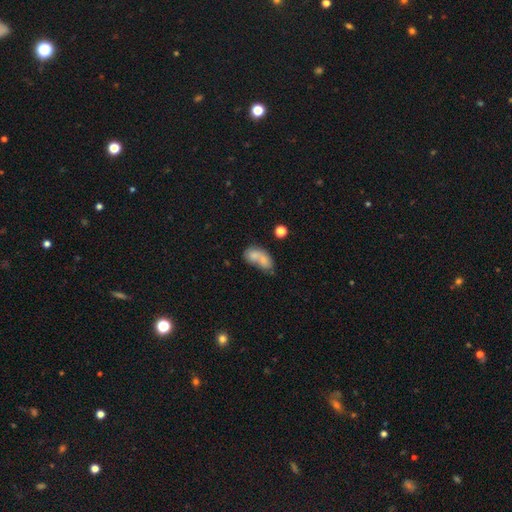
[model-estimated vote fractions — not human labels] A smooth galaxy with no disk features (73%) that is in between round and cigar-shaped (79%). Merging: merger (64%).